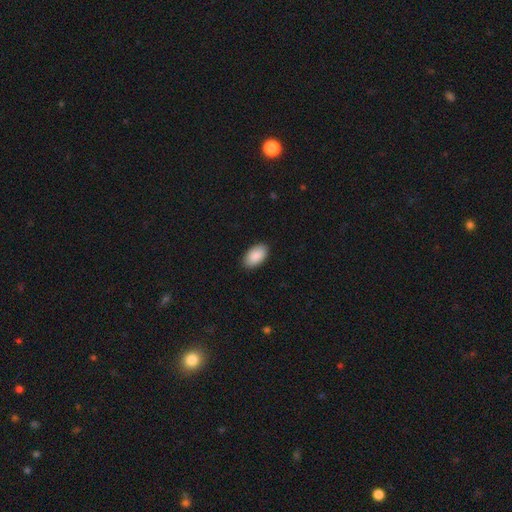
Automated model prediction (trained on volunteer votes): A smooth galaxy with no disk features (91%) that is in between round and cigar-shaped (96%). Merging: none (89%).